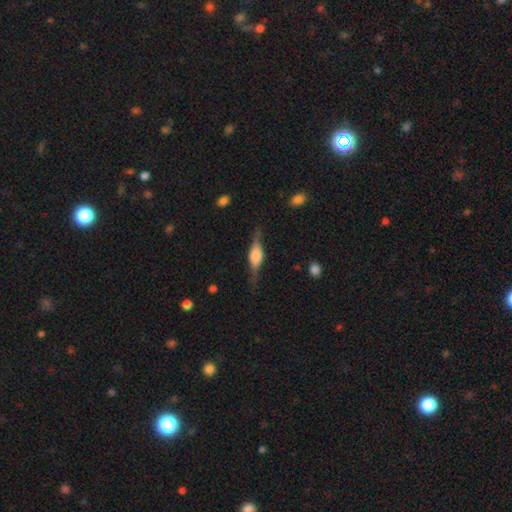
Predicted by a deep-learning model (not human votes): Smooth or featured: featured or disk — 71% (smooth — 22%)
Edge-on disk: yes — 96% (no — 4%)
Edge-on bulge: rounded — 77% (boxy — 21%)
Merging: none — 79% (minor disturbance — 15%)